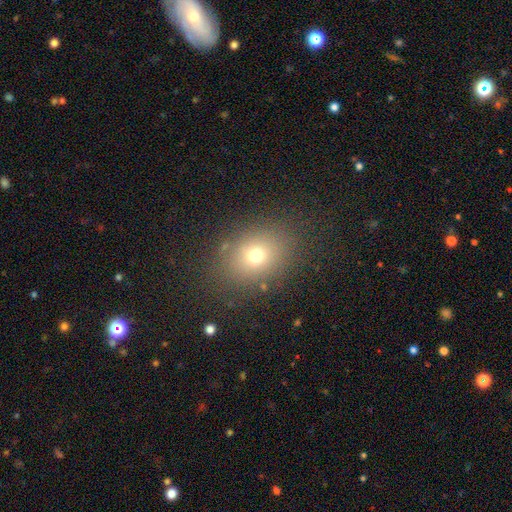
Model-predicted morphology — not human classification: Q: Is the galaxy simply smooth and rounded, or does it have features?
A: smooth — 70%.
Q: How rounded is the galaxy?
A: in between — 53%.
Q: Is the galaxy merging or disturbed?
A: none — 83%.